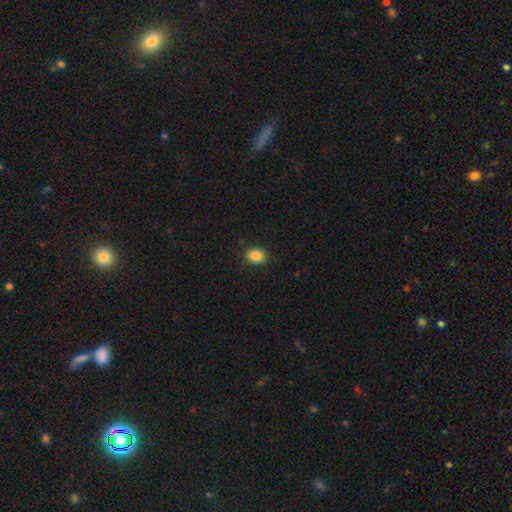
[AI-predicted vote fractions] smooth-or-featured: smooth: 86% | star or artifact: 10% | featured or disk: 4%
  how-rounded: in between: 50% | round: 49% | cigar-shaped: 1%
  merging: none: 88% | minor disturbance: 9% | major disturbance: 2% | merger: 1%